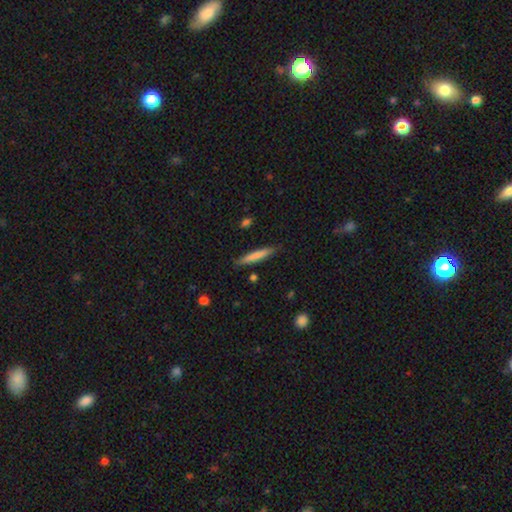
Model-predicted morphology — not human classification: The model was most divided on "smooth or featured": smooth: 75%, featured or disk: 20%, star or artifact: 6%. More confident: how rounded — cigar-shaped (94%); merging — none (88%).